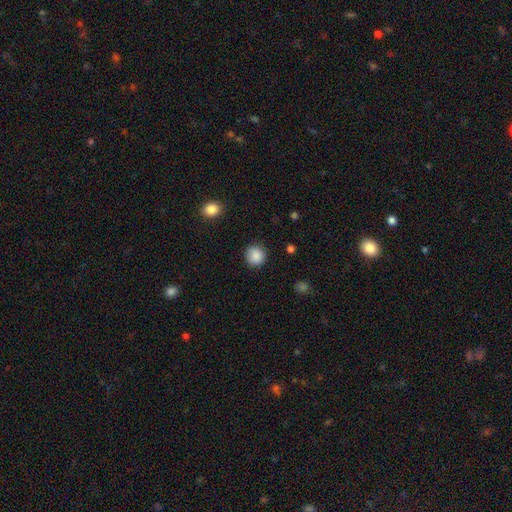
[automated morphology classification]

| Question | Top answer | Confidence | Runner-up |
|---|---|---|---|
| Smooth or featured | smooth | 88% | star or artifact (9%) |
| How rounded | round | 92% | in between (7%) |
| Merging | none | 89% | minor disturbance (7%) |